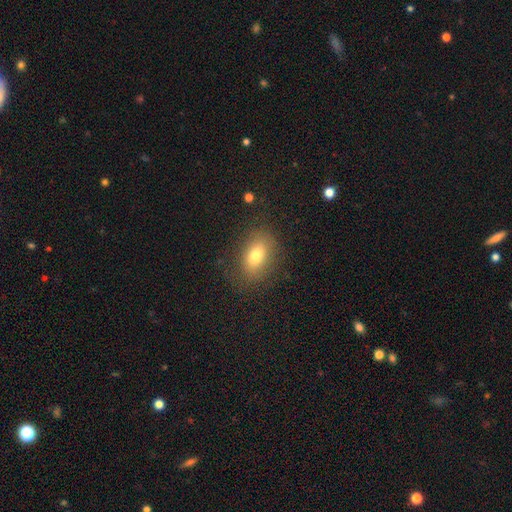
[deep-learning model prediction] Q: Smooth or featured?
A: smooth (75%); runner-up: featured or disk (15%)
Q: How rounded?
A: in between (83%); runner-up: round (14%)
Q: Merging?
A: none (81%); runner-up: minor disturbance (13%)